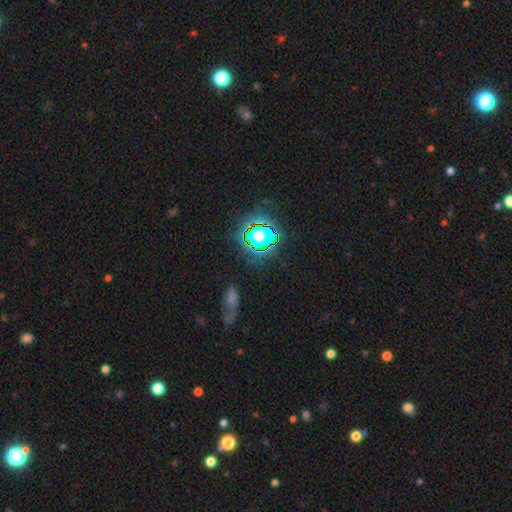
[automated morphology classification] smooth_or_featured: star or artifact (p=0.69) [alt: smooth p=0.19]